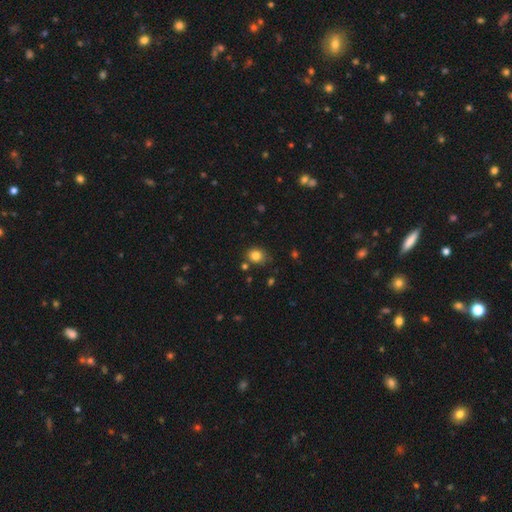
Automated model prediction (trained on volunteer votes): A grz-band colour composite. It shows a smooth galaxy with no disk features (82%) that is round (67%). Merging: none (77%).